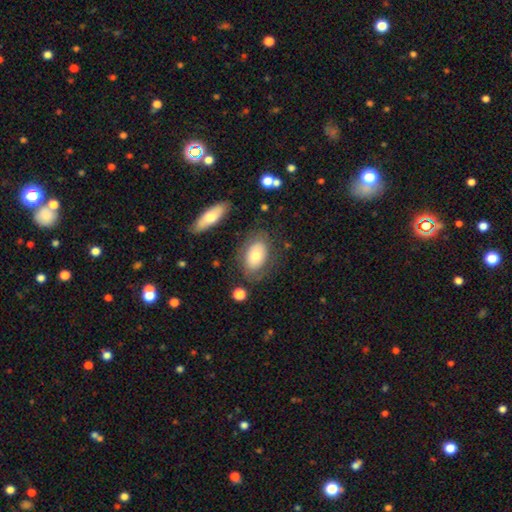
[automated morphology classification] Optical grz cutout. It shows a smooth galaxy with no disk features (65%) that is in between round and cigar-shaped (89%). Merging: none (72%).